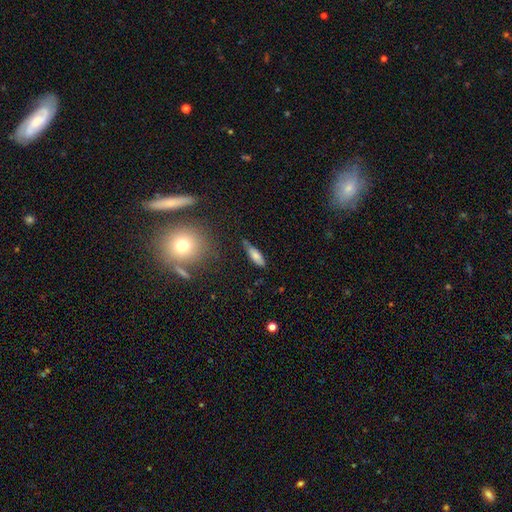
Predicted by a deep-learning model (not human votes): Q: Smooth or featured?
A: smooth (76%); runner-up: featured or disk (16%)
Q: How rounded?
A: cigar-shaped (50%); runner-up: in between (48%)
Q: Merging?
A: none (73%); runner-up: minor disturbance (20%)